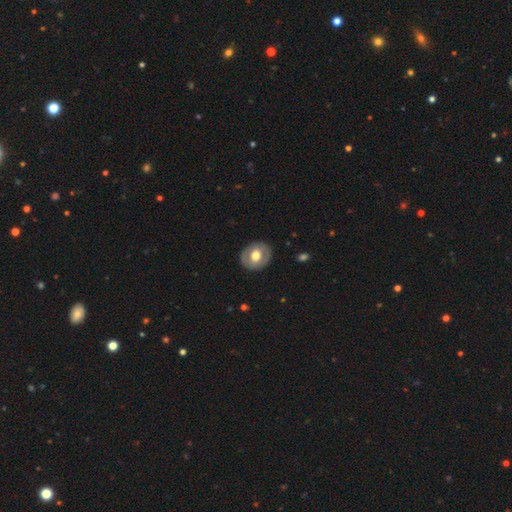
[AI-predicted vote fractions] smooth 54%, featured or disk 40%, star or artifact 6%. Down the decision tree: how rounded — round (70%); merging — none (87%).